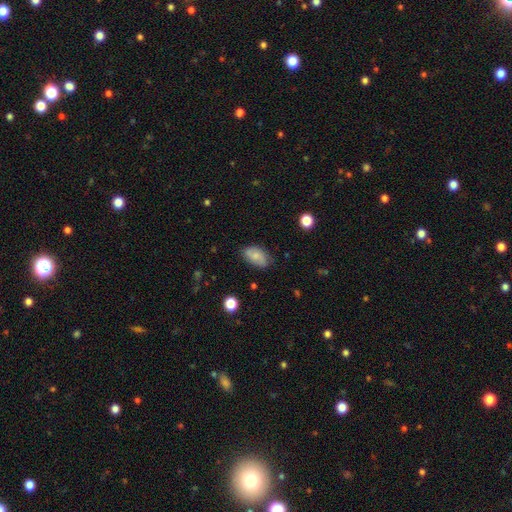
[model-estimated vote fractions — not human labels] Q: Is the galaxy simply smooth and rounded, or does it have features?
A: smooth — 73%.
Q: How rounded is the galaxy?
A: in between — 92%.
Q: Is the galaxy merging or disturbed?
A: none — 72%.